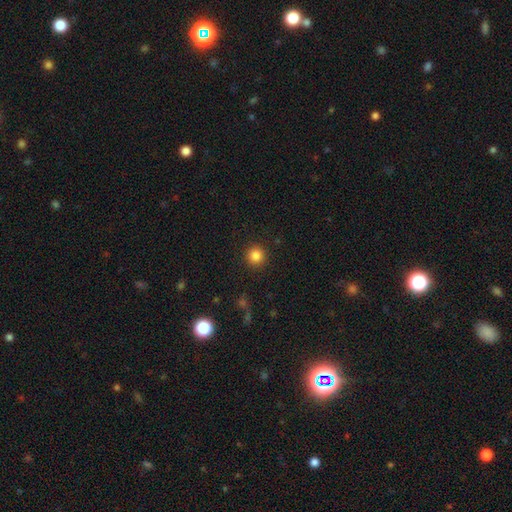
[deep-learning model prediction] The model was most divided on "smooth or featured": smooth: 85%, star or artifact: 11%, featured or disk: 4%. More confident: how rounded — round (95%); merging — none (92%).